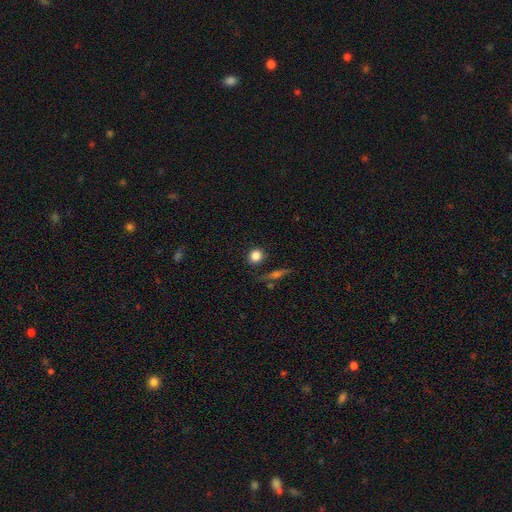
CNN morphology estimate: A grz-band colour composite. It shows a smooth galaxy with no disk features (83%) that is round (79%). Merging: none (82%).